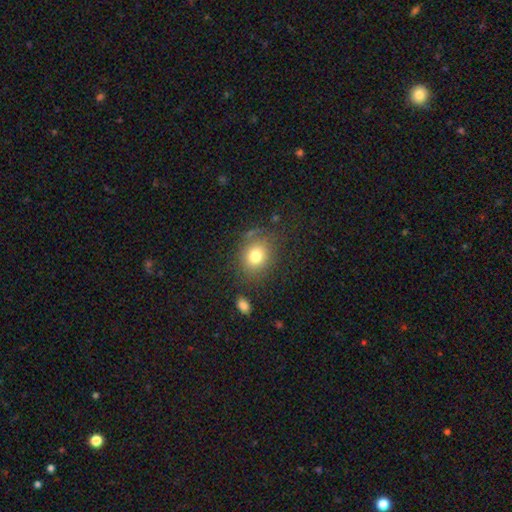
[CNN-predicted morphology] Smooth or featured? smooth (78%)
How rounded? round (68%)
Merging? none (76%)